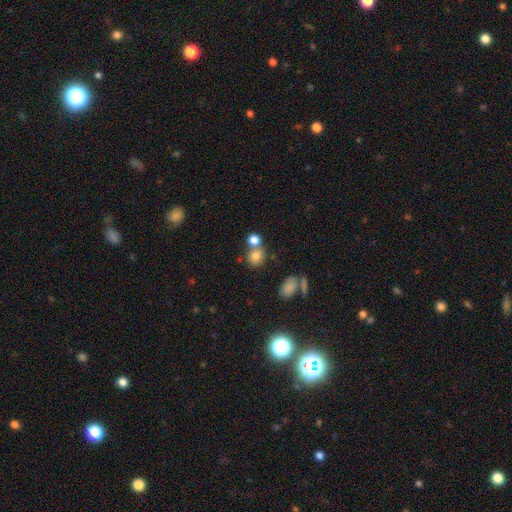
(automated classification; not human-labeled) This appears to be a smooth galaxy with no disk features (78%) that is round (79%). Merging: none (52%).